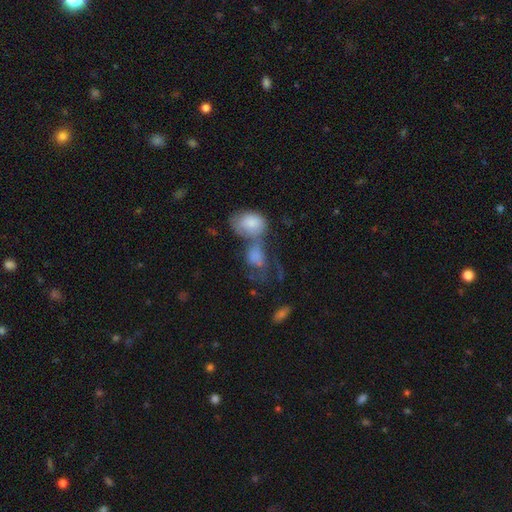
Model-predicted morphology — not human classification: type=smooth (69%); roundness=in between (72%); merging=merger (65%).